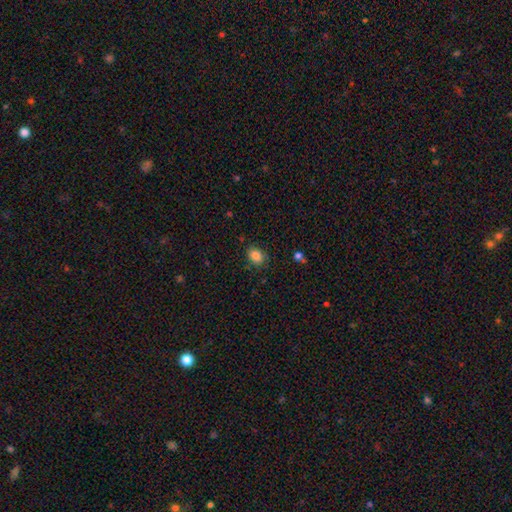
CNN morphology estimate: A smooth galaxy with no disk features (86%) that is in between round and cigar-shaped (66%). Merging: none (81%).